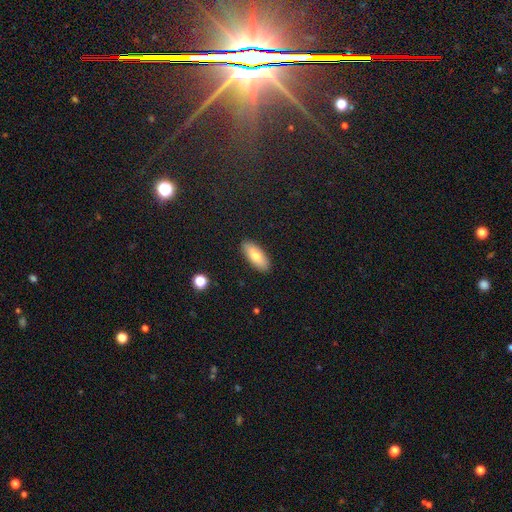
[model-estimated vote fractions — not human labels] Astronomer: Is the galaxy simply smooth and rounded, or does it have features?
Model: smooth — 75%.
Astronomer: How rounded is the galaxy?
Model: in between — 80%.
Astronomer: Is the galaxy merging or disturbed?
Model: none — 88%.